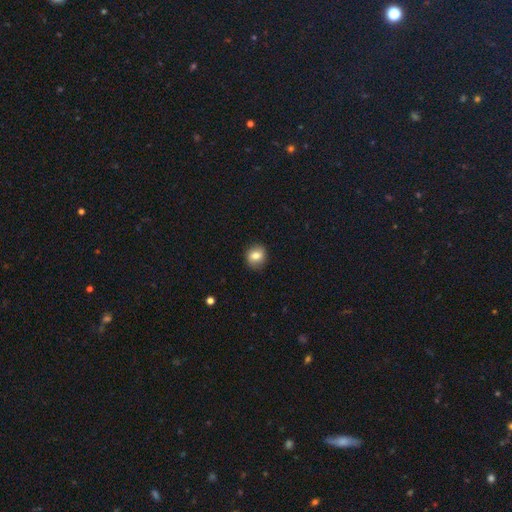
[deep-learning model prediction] Overall: smooth (76%). How rounded: round (73%). Merging: none (86%).